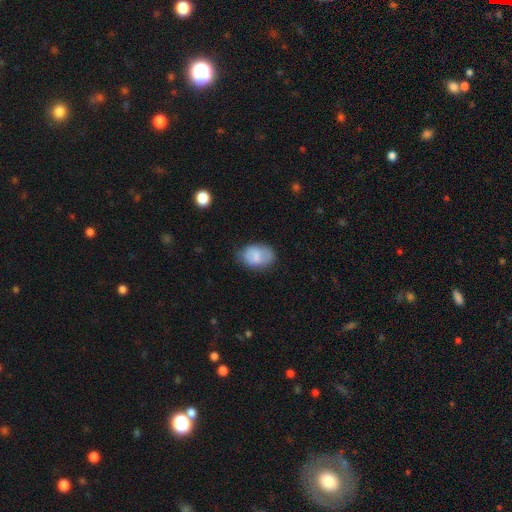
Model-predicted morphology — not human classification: A smooth galaxy with no disk features (75%) that is in between round and cigar-shaped (81%).

Vote fractions:
- Smooth or featured? smooth: 75% / featured or disk: 18% / star or artifact: 7%
- How rounded? in between: 81% / round: 18% / cigar-shaped: 1%
- Merging? none: 66% / minor disturbance: 25% / major disturbance: 7% / merger: 2%